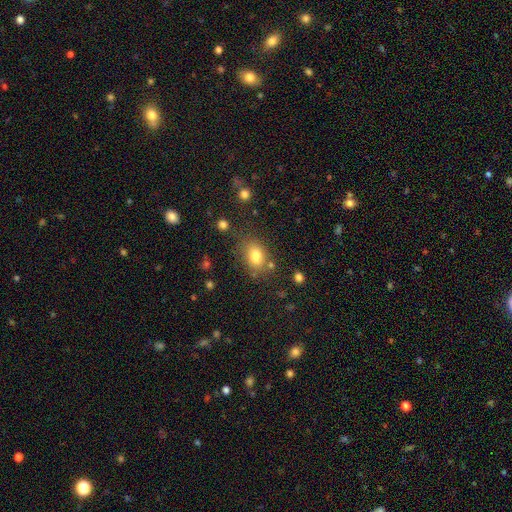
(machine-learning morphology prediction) Smooth or featured? smooth (80%)
How rounded? in between (76%)
Merging? none (66%)